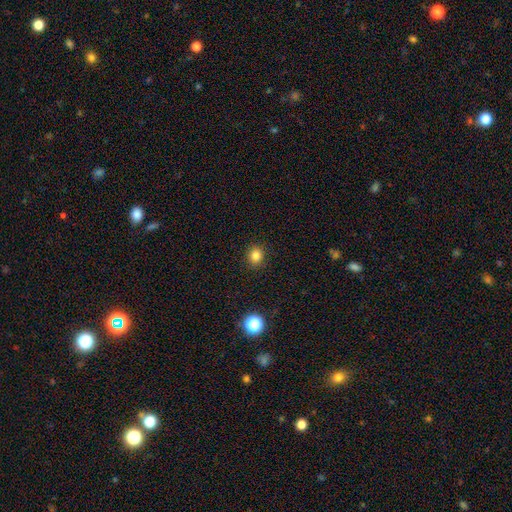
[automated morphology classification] A smooth galaxy with no disk features (82%) that is round (82%). Merging: none (91%).